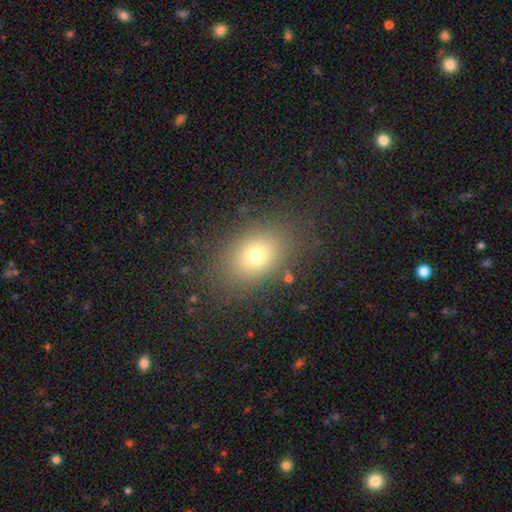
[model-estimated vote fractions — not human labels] Smooth or featured: smooth — 73% (star or artifact — 15%)
How rounded: in between — 72% (round — 27%)
Merging: none — 82% (minor disturbance — 11%)